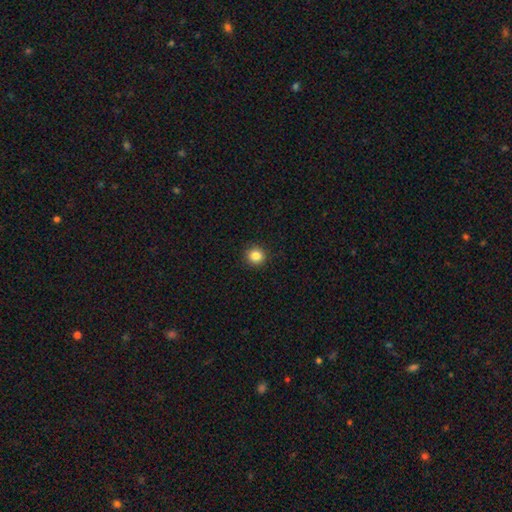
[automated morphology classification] smooth-or-featured: smooth: 85% | star or artifact: 11% | featured or disk: 4%
  how-rounded: round: 93% | in between: 6% | cigar-shaped: 1%
  merging: none: 92% | minor disturbance: 5% | major disturbance: 2% | merger: 1%